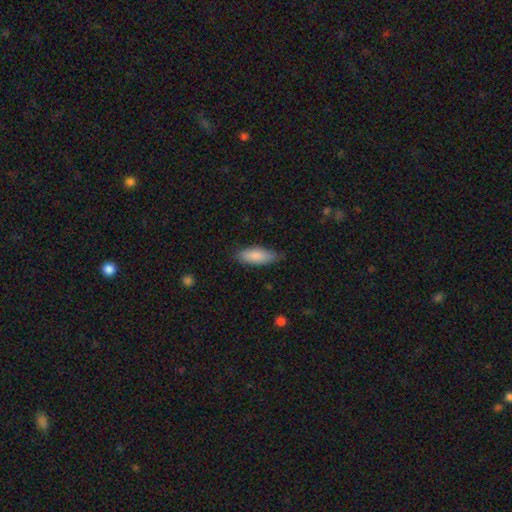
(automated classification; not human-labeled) The model was most divided on "how rounded": in between: 69%, cigar-shaped: 29%, round: 2%. More confident: smooth or featured — smooth (86%); merging — none (75%).